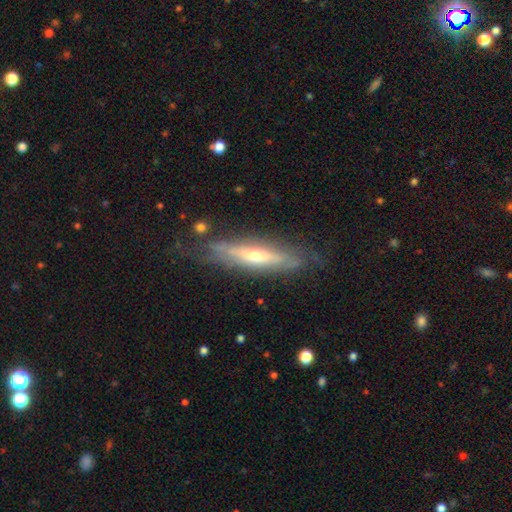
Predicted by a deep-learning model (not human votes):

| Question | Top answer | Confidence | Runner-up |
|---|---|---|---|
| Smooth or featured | featured or disk | 67% | smooth (27%) |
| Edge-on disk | yes | 69% | no (31%) |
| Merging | none | 71% | minor disturbance (20%) |